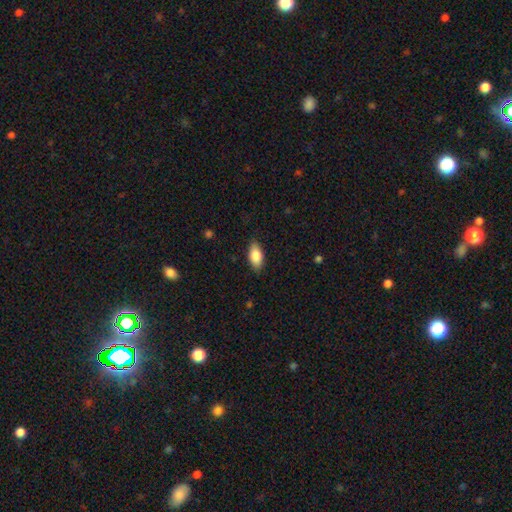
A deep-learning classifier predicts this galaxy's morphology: Smooth or featured? Predicted: smooth (p=0.83). How rounded? Predicted: in between (p=0.90). Merging? Predicted: none (p=0.85).